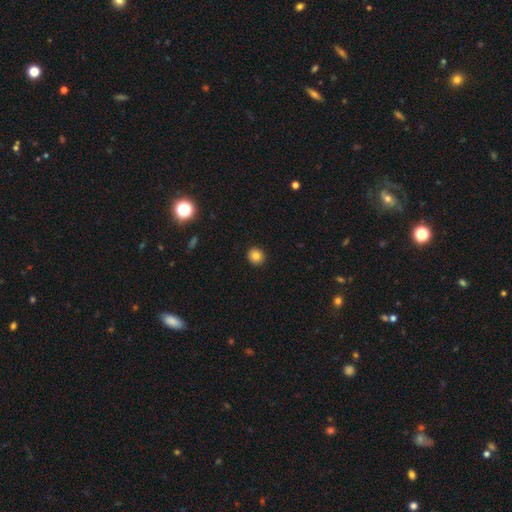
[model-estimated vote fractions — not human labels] Smooth or featured? smooth (83%)
How rounded? round (87%)
Merging? none (92%)